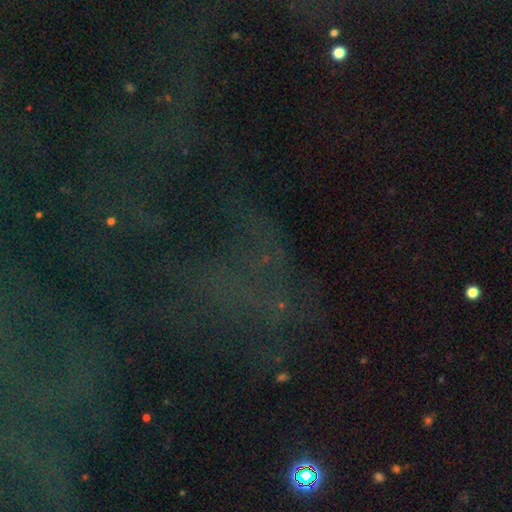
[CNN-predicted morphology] smooth_or_featured: star or artifact (p=0.63) [alt: featured or disk p=0.19]